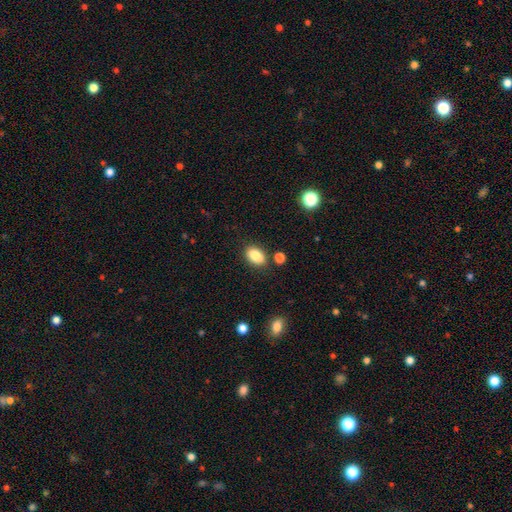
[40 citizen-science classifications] Q: Smooth or featured?
A: smooth (85%); runner-up: featured or disk (8%)
Q: How rounded?
A: in between (91%); runner-up: round (6%)
Q: Merging?
A: none (70%); runner-up: minor disturbance (19%)